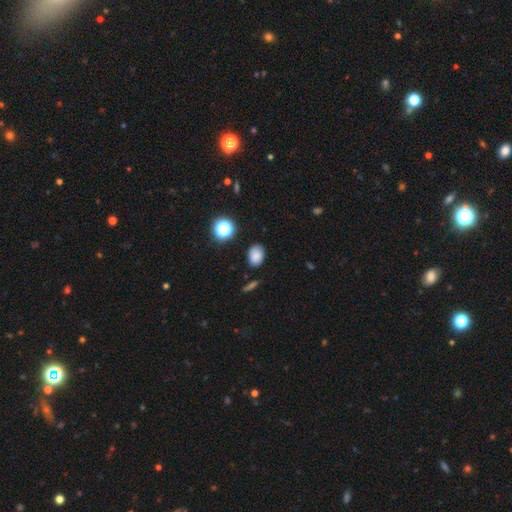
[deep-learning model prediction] A smooth galaxy with no disk features (82%) that is in between round and cigar-shaped (69%).

Vote fractions:
- Smooth or featured? smooth: 82% / star or artifact: 13% / featured or disk: 6%
- How rounded? in between: 69% / round: 29% / cigar-shaped: 1%
- Merging? none: 81% / minor disturbance: 13% / major disturbance: 3% / merger: 3%